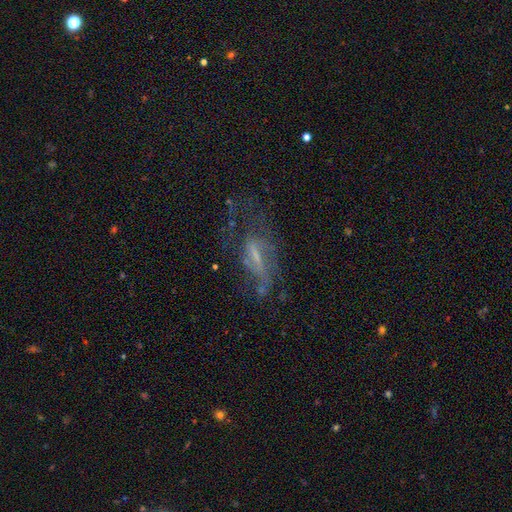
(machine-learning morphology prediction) smooth_or_featured: featured or disk (p=0.63) [alt: smooth p=0.21]
disk_edge_on: no (p=0.80) [alt: yes p=0.20]
bar: weak (p=0.38) [alt: no p=0.32]
has_spiral_arms: yes (p=0.58) [alt: no p=0.42]
bulge_size: small (p=0.42) [alt: none p=0.29]
merging: none (p=0.44) [alt: major disturbance p=0.32]